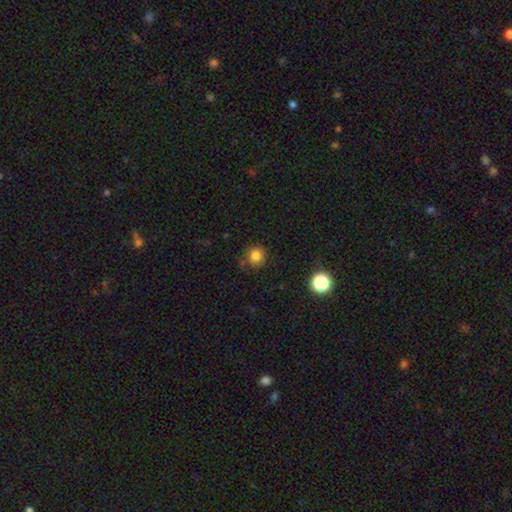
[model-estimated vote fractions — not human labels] Smooth or featured: smooth — 82% (star or artifact — 13%)
How rounded: round — 91% (in between — 8%)
Merging: none — 80% (minor disturbance — 13%)